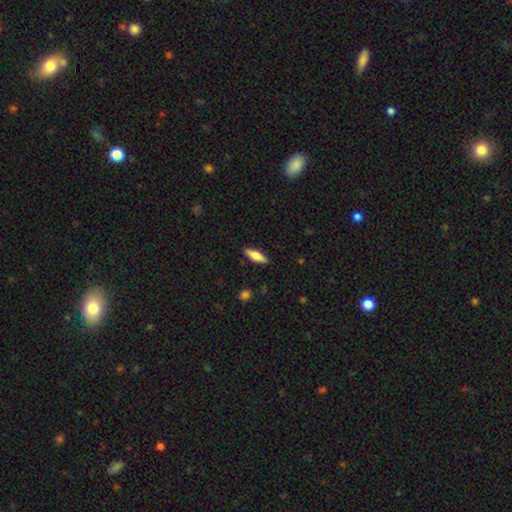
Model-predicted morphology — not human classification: A smooth galaxy with no disk features (64%) that is in between round and cigar-shaped (50%). Merging: none (88%).